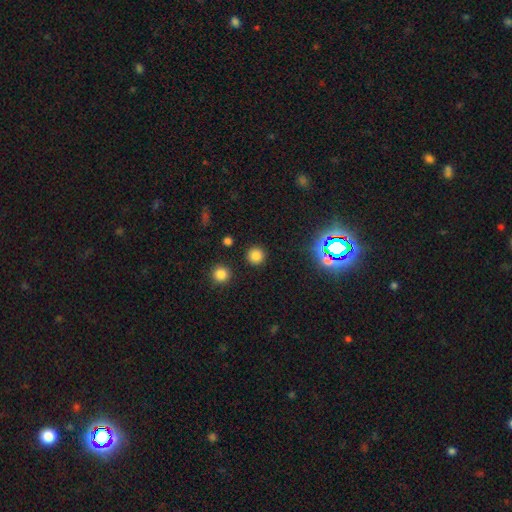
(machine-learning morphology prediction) This appears to be a smooth galaxy with no disk features (78%) that is round (95%). Merging: none (90%).